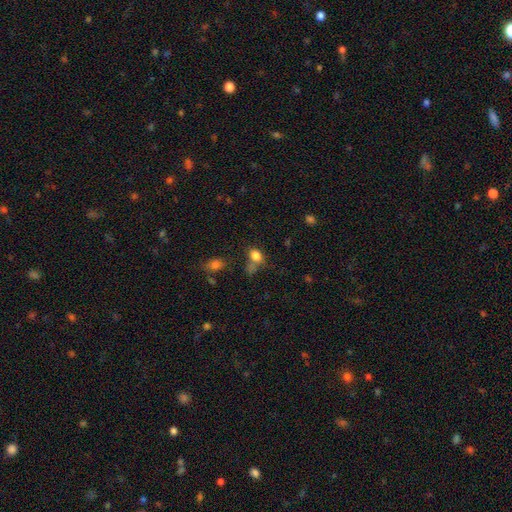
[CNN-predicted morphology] Overall: smooth (80%). How rounded: in between (66%; round 32%). Merging: none (49%; minor disturbance 21%).